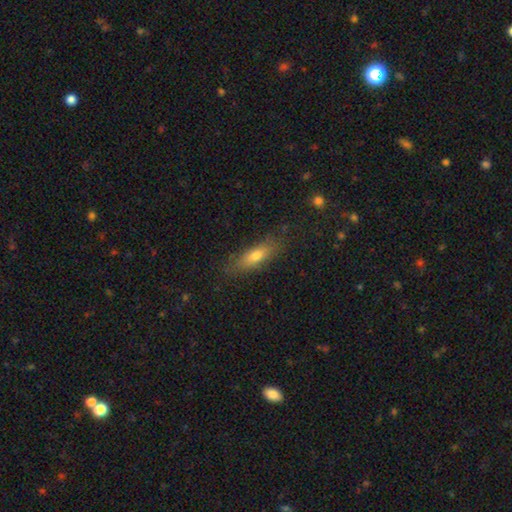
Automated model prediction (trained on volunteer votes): Smooth or featured? Predicted: smooth (p=0.69). How rounded? Predicted: in between (p=0.51). Merging? Predicted: none (p=0.81).